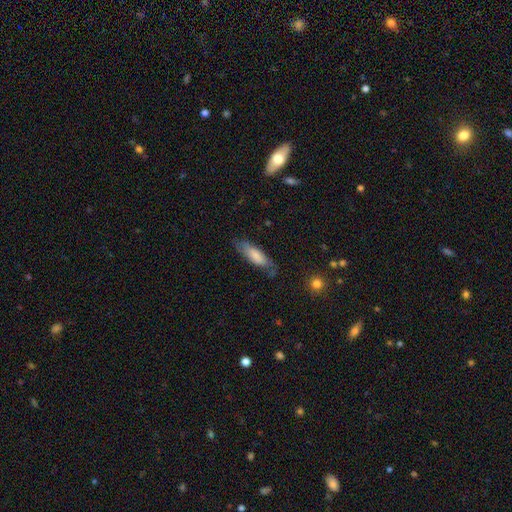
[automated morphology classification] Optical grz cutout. It shows a smooth galaxy with no disk features (67%) that is in between round and cigar-shaped (54%). Merging: none (63%).